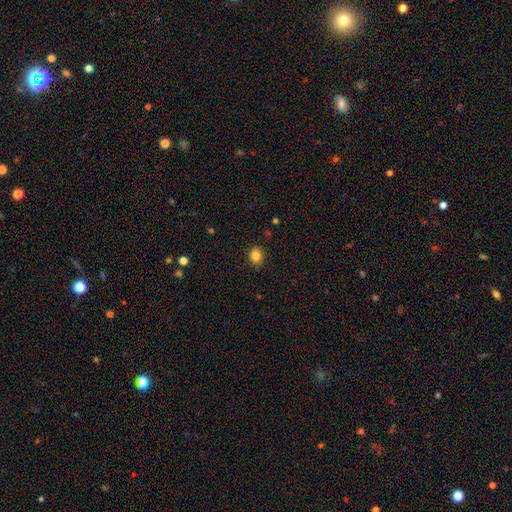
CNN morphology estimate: A smooth galaxy with no disk features (84%) that is round (55%).

Vote fractions:
- Smooth or featured? smooth: 84% / star or artifact: 11% / featured or disk: 5%
- How rounded? round: 55% / in between: 44% / cigar-shaped: 1%
- Merging? none: 89% / minor disturbance: 8% / major disturbance: 2% / merger: 1%